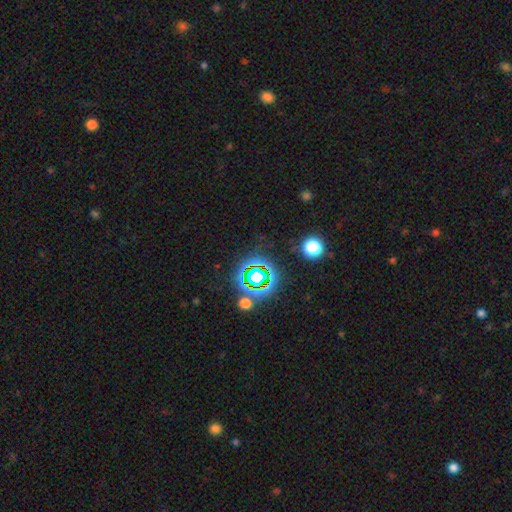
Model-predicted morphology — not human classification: A star or artifact, not a galaxy (73%).